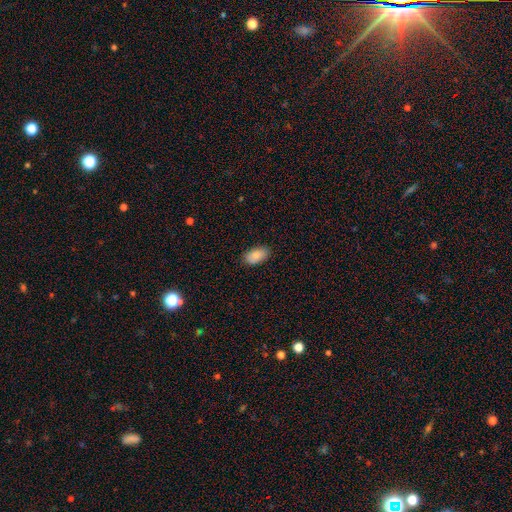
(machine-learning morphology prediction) Smooth or featured: smooth — 87% (star or artifact — 7%)
How rounded: in between — 95% (round — 3%)
Merging: none — 88% (minor disturbance — 9%)